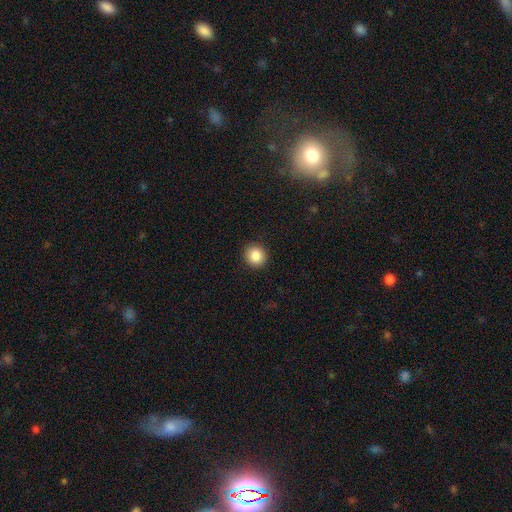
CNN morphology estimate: smooth_or_featured: smooth (p=0.87) [alt: star or artifact p=0.09]
how_rounded: round (p=0.89) [alt: in between p=0.10]
merging: none (p=0.92) [alt: minor disturbance p=0.06]